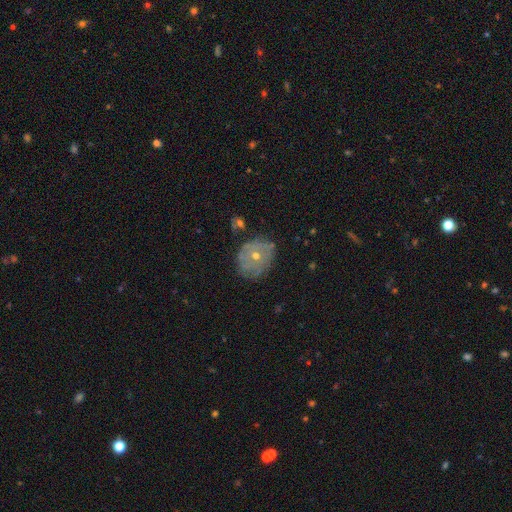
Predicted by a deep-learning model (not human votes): This is possibly a featured or disk galaxy (54%). It is clearly not viewed edge-on (96%). Bar: clearly no (89%). Spiral arm pattern: possibly yes (52%). Central bulge: possibly small (55%). Merging: likely none (71%).